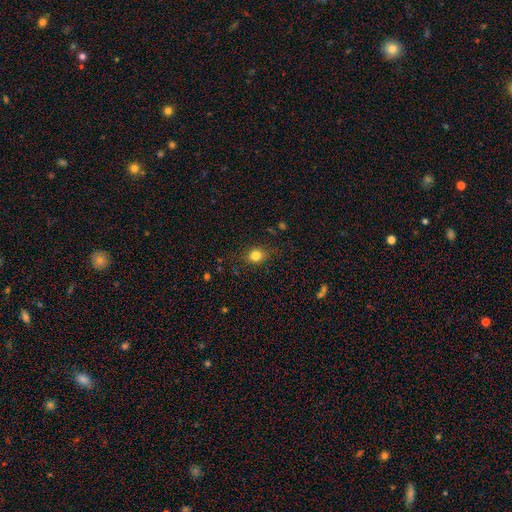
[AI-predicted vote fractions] The model was most divided on "how rounded": round: 69%, in between: 30%, cigar-shaped: 1%. More confident: merging — none (82%); smooth or featured — smooth (81%).